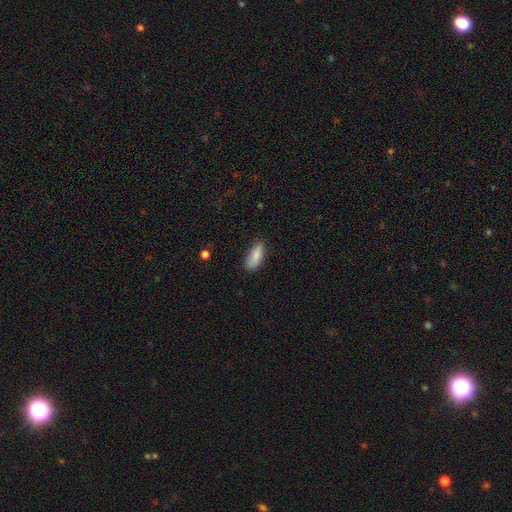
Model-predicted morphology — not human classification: A smooth galaxy with no disk features (84%) that is in between round and cigar-shaped (85%).

Vote fractions:
- Smooth or featured? smooth: 84% / featured or disk: 9% / star or artifact: 7%
- How rounded? in between: 85% / cigar-shaped: 13% / round: 2%
- Merging? none: 70% / minor disturbance: 24% / major disturbance: 5% / merger: 2%